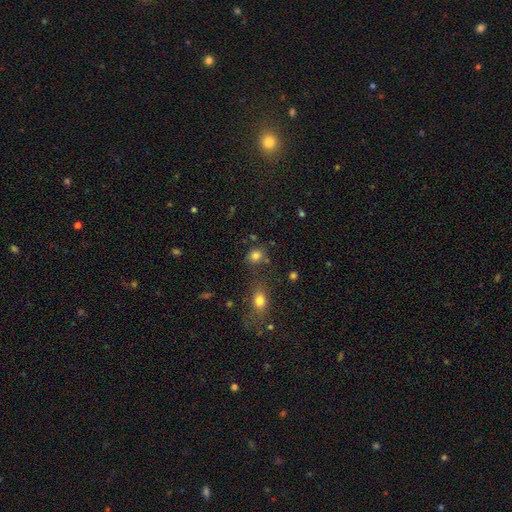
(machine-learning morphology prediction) Smooth or featured? smooth (79%)
How rounded? round (67%)
Merging? none (72%)